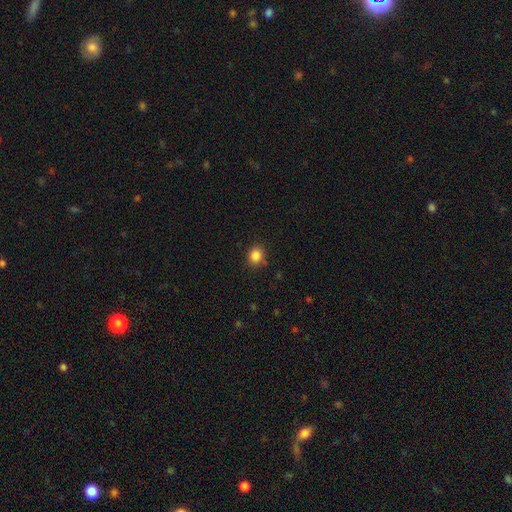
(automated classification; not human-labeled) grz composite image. It shows a smooth galaxy with no disk features (85%) that is round (70%). Merging: none (85%).